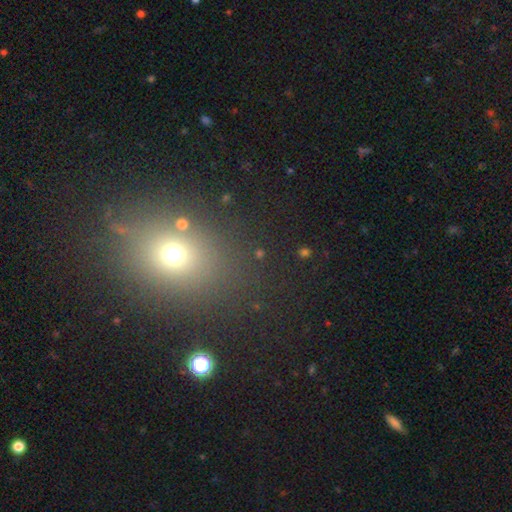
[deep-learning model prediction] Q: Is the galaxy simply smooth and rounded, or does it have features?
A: smooth — 57%.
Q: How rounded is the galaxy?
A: round — 60%.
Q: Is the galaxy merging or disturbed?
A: none — 82%.